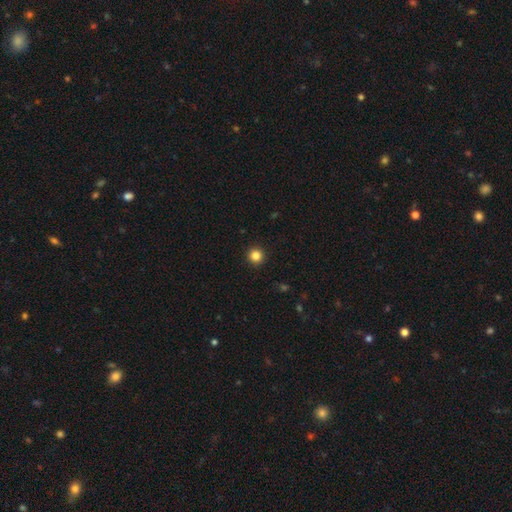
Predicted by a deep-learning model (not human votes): smooth-or-featured: smooth: 84% | star or artifact: 12% | featured or disk: 4%
  how-rounded: round: 95% | in between: 4% | cigar-shaped: 1%
  merging: none: 93% | minor disturbance: 4% | major disturbance: 2% | merger: 1%